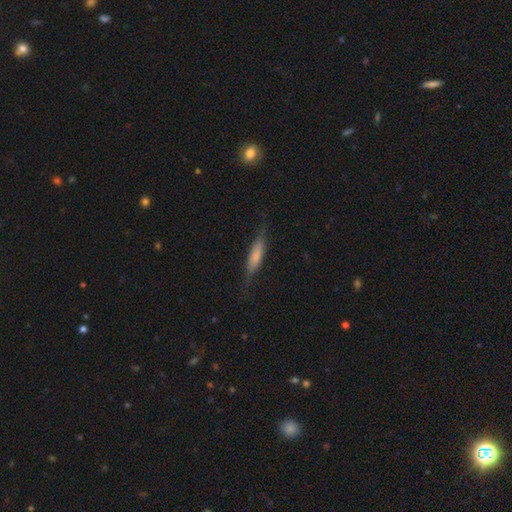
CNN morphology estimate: Smooth or featured? Predicted: smooth (p=0.70). How rounded? Predicted: cigar-shaped (p=0.77). Merging? Predicted: none (p=0.74).